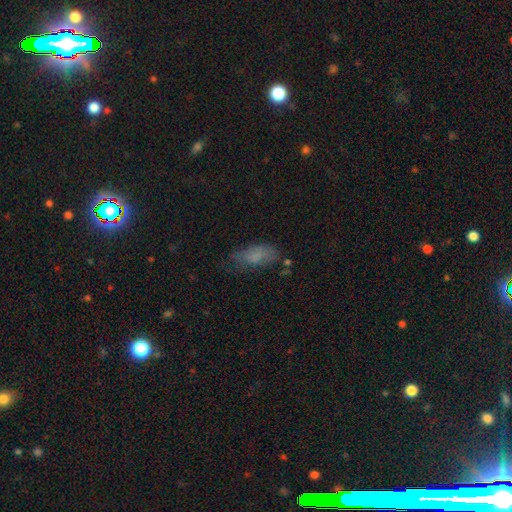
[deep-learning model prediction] This is likely a smooth galaxy (74%). How rounded: clearly in between (81%). Merging: possibly none (55%).